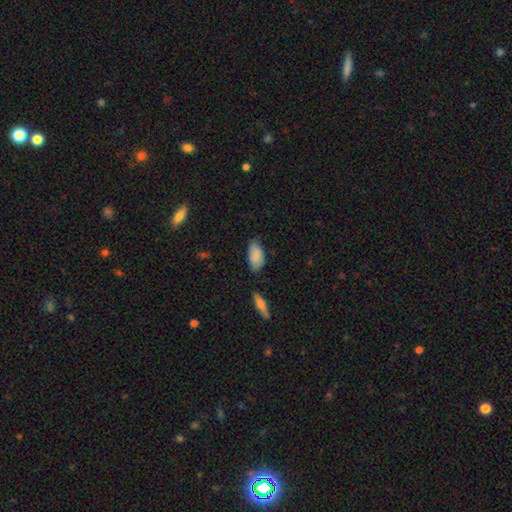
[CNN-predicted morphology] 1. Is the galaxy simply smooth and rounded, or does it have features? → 83% smooth, 10% featured or disk, 7% star or artifact.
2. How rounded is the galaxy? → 92% in between, 5% cigar-shaped, 3% round.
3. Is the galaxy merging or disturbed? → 63% none, 28% minor disturbance, 5% major disturbance, 4% merger.